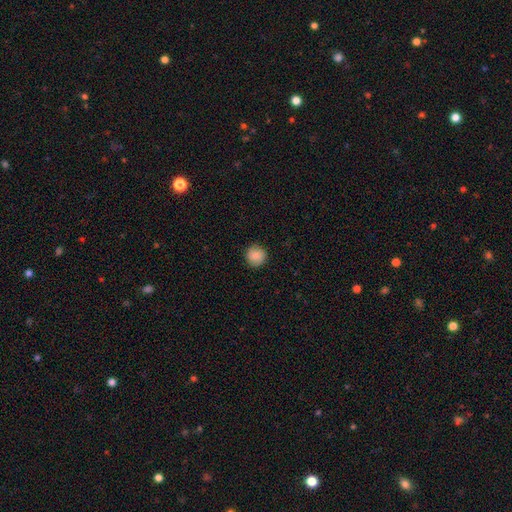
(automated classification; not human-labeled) A smooth galaxy with no disk features (85%) that is round (93%).

Vote fractions:
- Smooth or featured? smooth: 85% / star or artifact: 8% / featured or disk: 7%
- How rounded? round: 93% / in between: 6% / cigar-shaped: 1%
- Merging? none: 90% / minor disturbance: 7% / major disturbance: 2% / merger: 1%